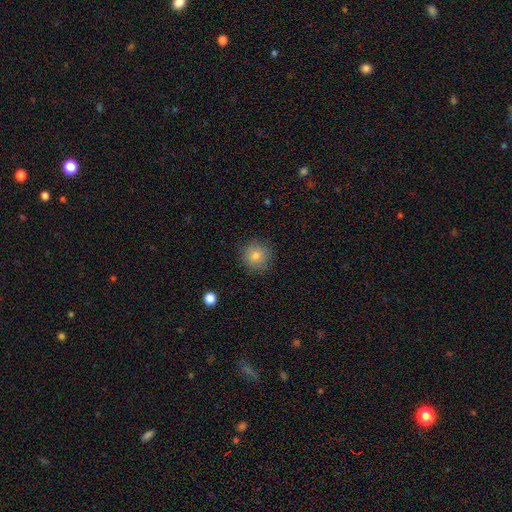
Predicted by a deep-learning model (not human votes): Smooth or featured?
  - smooth: 78% *
  - star or artifact: 12%
  - featured or disk: 10%
How rounded?
  - round: 95% *
  - in between: 4%
  - cigar-shaped: 1%
Merging?
  - none: 90% *
  - minor disturbance: 7%
  - major disturbance: 2%
  - merger: 1%